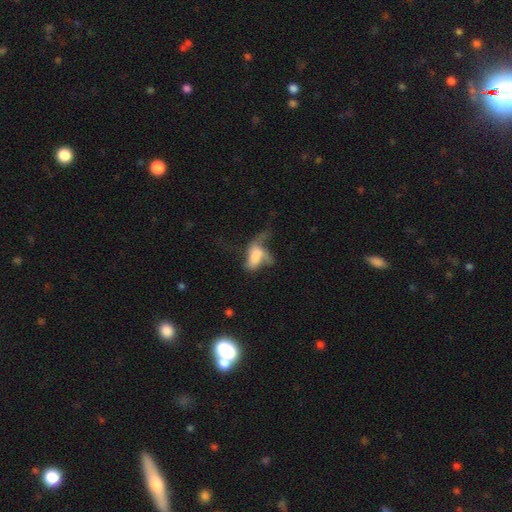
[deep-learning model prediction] Smooth or featured? smooth (48%)
Merging? major disturbance (53%)